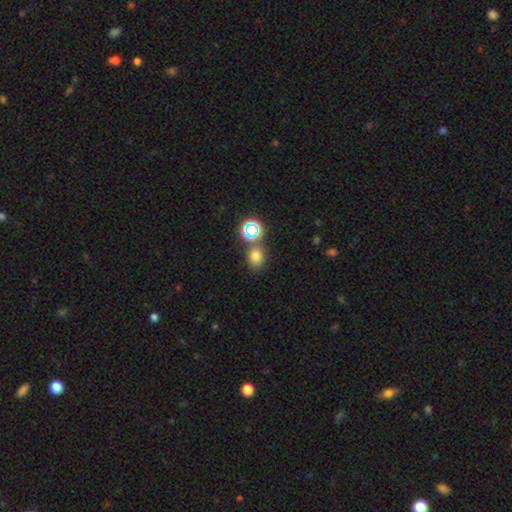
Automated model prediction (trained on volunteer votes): Overall: smooth (70%). How rounded: round (63%; in between 36%). Merging: none (69%).